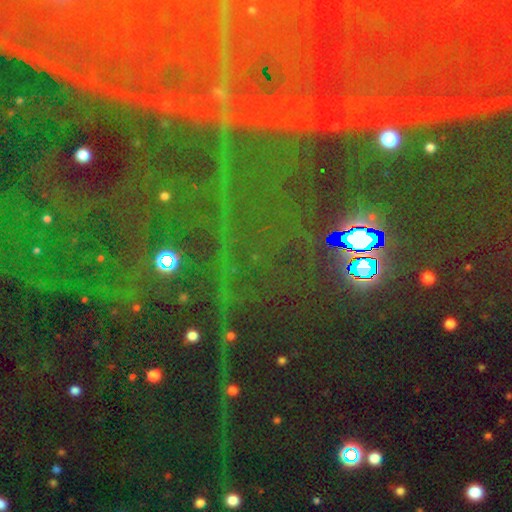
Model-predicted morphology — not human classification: Smooth or featured?
  - star or artifact: 86% *
  - featured or disk: 7%
  - smooth: 6%